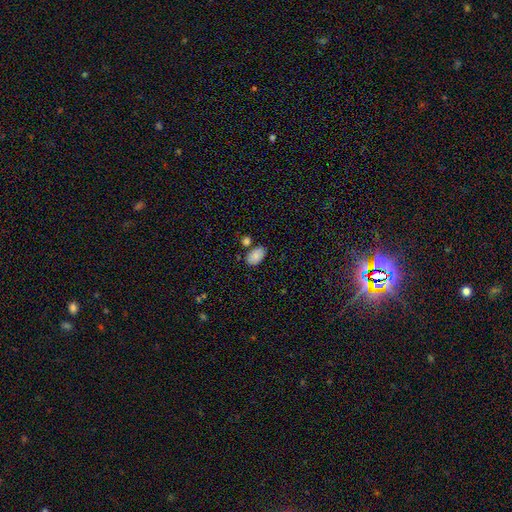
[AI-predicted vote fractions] This appears to be a smooth galaxy with no disk features (86%) that is in between round and cigar-shaped (92%). Merging: none (71%).